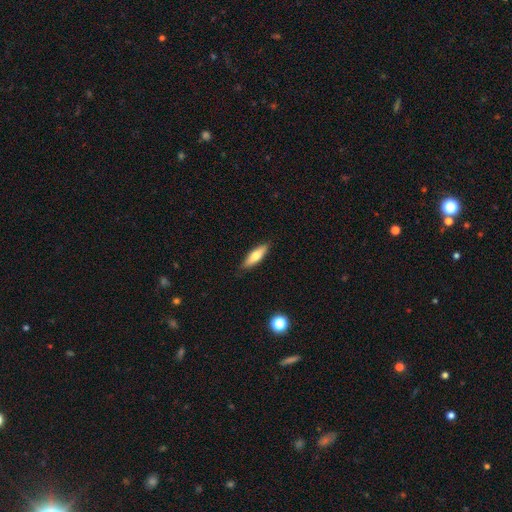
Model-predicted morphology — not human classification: This is likely a smooth galaxy (68%). How rounded: possibly cigar-shaped (53%). Merging: clearly none (87%).